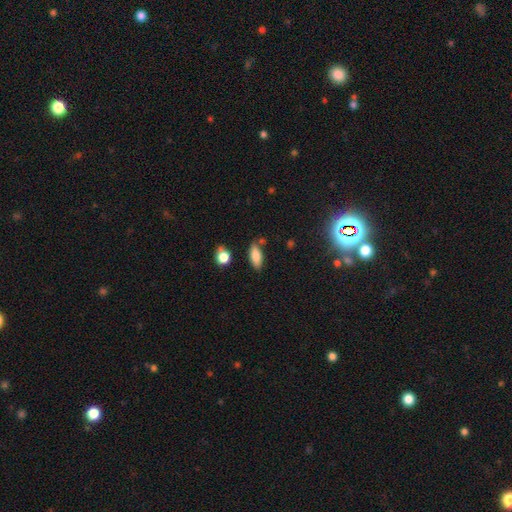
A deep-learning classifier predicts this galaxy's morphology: smooth-or-featured: smooth: 81% | featured or disk: 10% | star or artifact: 8%
  how-rounded: in between: 78% | cigar-shaped: 19% | round: 3%
  merging: none: 73% | minor disturbance: 16% | merger: 7% | major disturbance: 4%